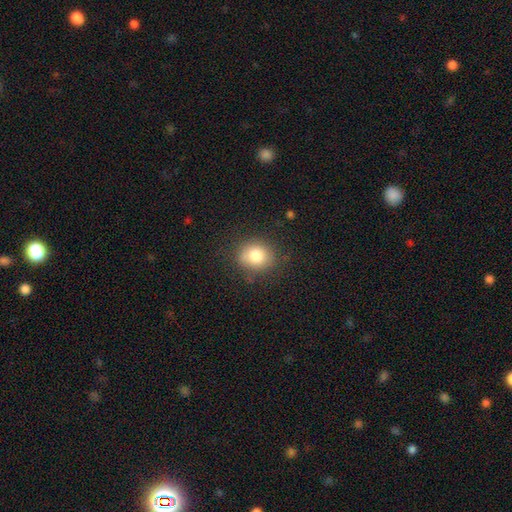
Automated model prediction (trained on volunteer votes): The model was most divided on "how rounded": round: 70%, in between: 29%, cigar-shaped: 1%. More confident: smooth or featured — smooth (80%); merging — none (79%).